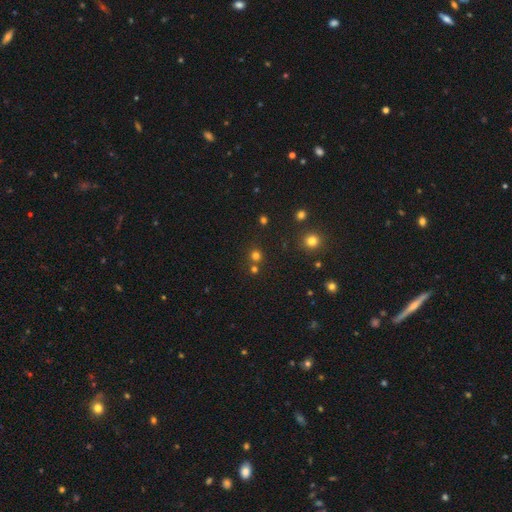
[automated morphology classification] This is likely a smooth galaxy (70%). How rounded: clearly round (91%). Merging: likely none (71%).